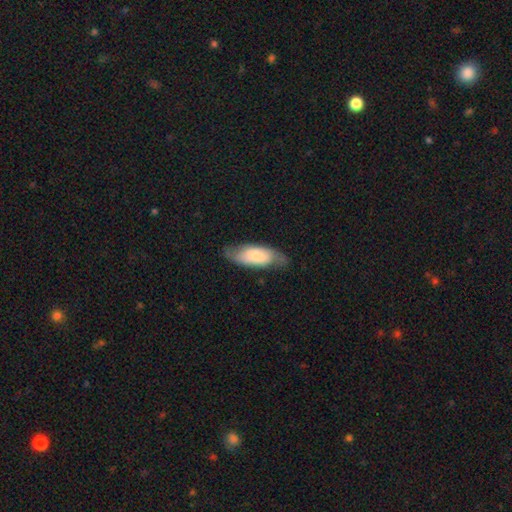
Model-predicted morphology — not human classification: Smooth or featured?
  - smooth: 56% *
  - featured or disk: 37%
  - star or artifact: 6%
How rounded?
  - in between: 77% *
  - cigar-shaped: 21%
  - round: 2%
Merging?
  - none: 67% *
  - minor disturbance: 23%
  - major disturbance: 8%
  - merger: 2%